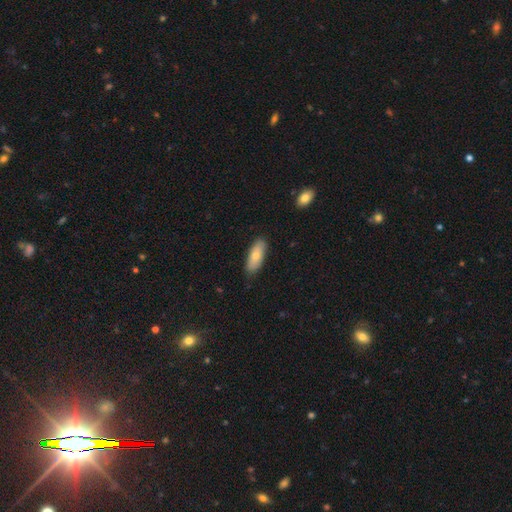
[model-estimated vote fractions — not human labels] Overall: smooth (73%). How rounded: in between (77%). Merging: none (82%).